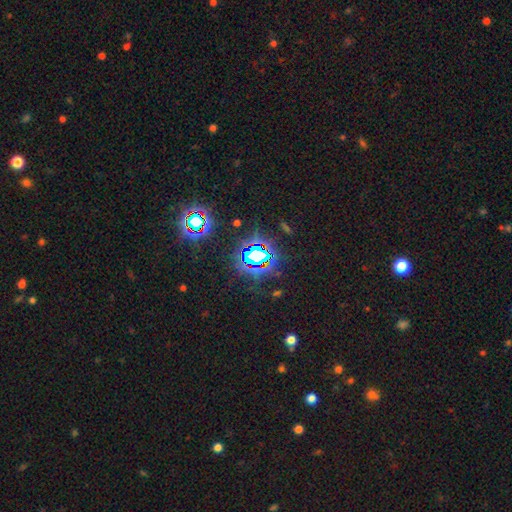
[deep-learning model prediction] The model was most divided on "smooth or featured": star or artifact: 75%, smooth: 13%, featured or disk: 12%.